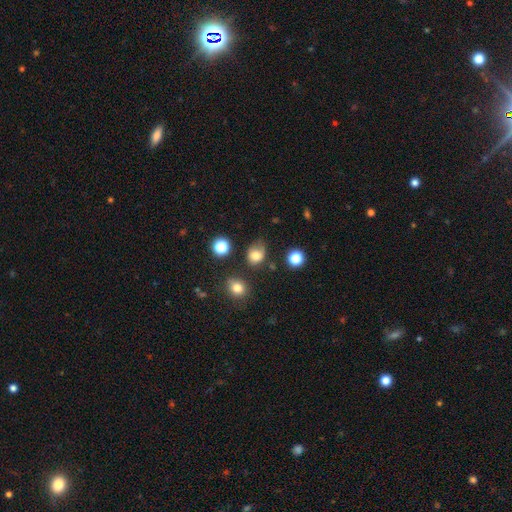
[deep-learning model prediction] Smooth or featured? Predicted: smooth (p=0.76). How rounded? Predicted: round (p=0.54). Merging? Predicted: none (p=0.50).